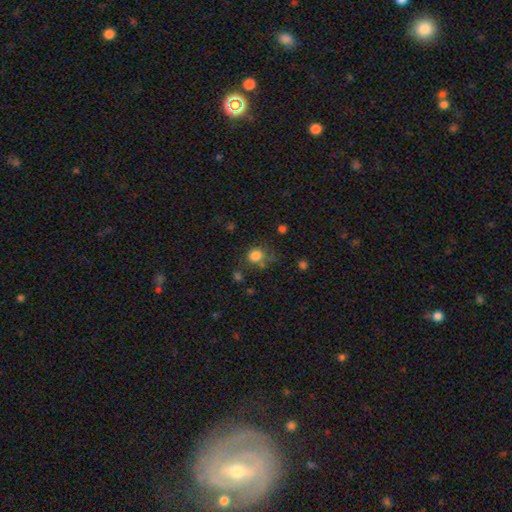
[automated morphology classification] Q: Smooth or featured?
A: smooth (81%); runner-up: star or artifact (13%)
Q: How rounded?
A: round (78%); runner-up: in between (21%)
Q: Merging?
A: none (59%); runner-up: minor disturbance (19%)